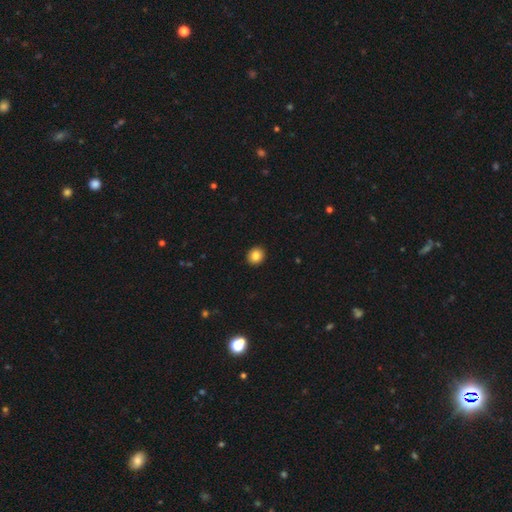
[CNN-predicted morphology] smooth-or-featured: smooth: 85% | star or artifact: 9% | featured or disk: 6%
  how-rounded: round: 83% | in between: 16% | cigar-shaped: 1%
  merging: none: 93% | minor disturbance: 5% | major disturbance: 1% | merger: 1%